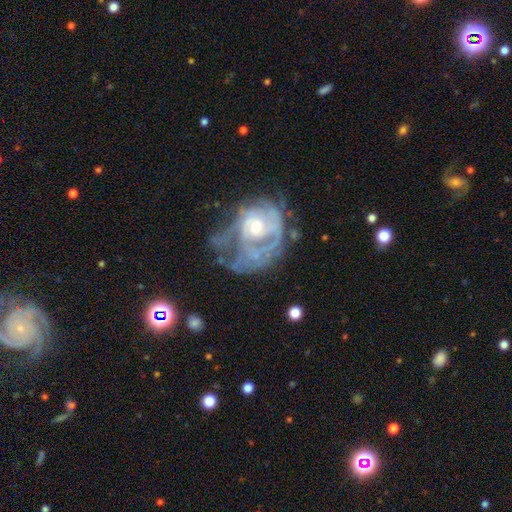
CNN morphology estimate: This appears to be a featured or disk galaxy (76%) with no bar (75%), spiral arms (67%) and a small central bulge (47%, tied with moderate). Merging: major disturbance (45%).